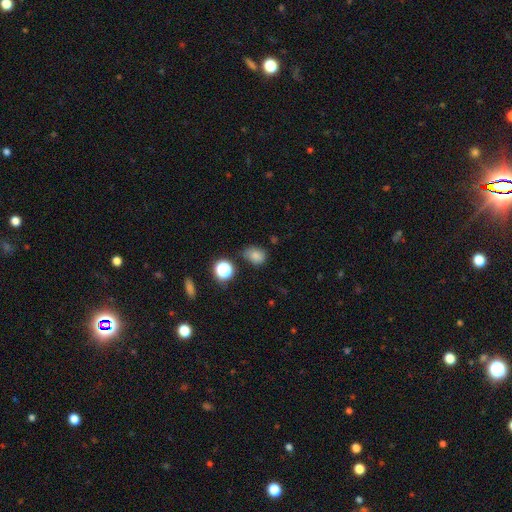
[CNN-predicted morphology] This appears to be a smooth galaxy with no disk features (78%) that is in between round and cigar-shaped (58%). Merging: none (67%).